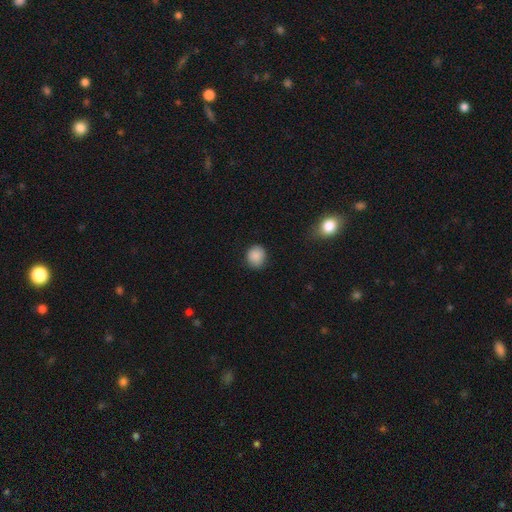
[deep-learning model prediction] This is clearly a smooth galaxy (88%). How rounded: likely round (78%). Merging: clearly none (83%).